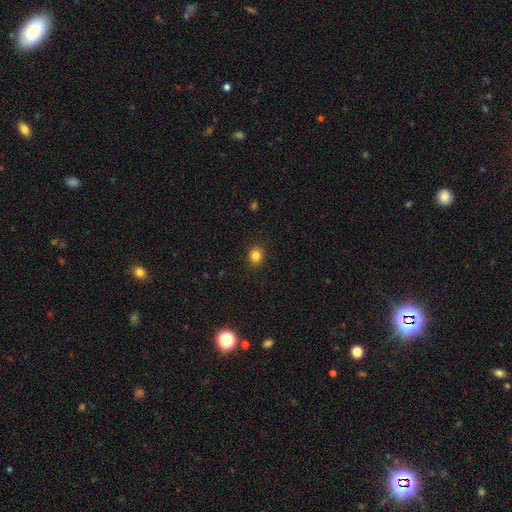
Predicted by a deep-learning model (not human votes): Smooth or featured? smooth (83%)
How rounded? round (75%)
Merging? none (89%)